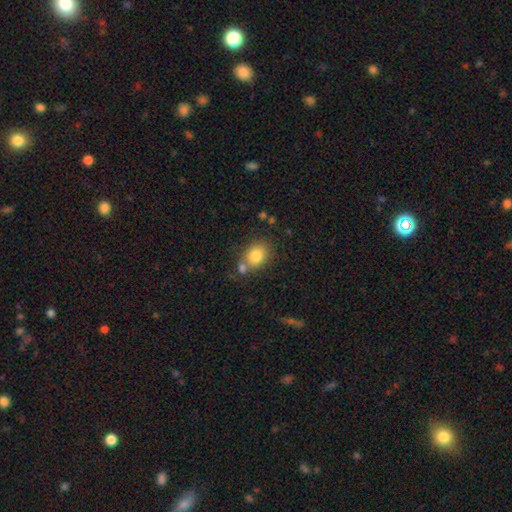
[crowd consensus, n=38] smooth-or-featured: smooth: 89% | featured or disk: 8% | star or artifact: 3%
  how-rounded: in between: 53% | round: 44% | cigar-shaped: 3%
  merging: none: 65% | merger: 16% | minor disturbance: 11% | major disturbance: 8%